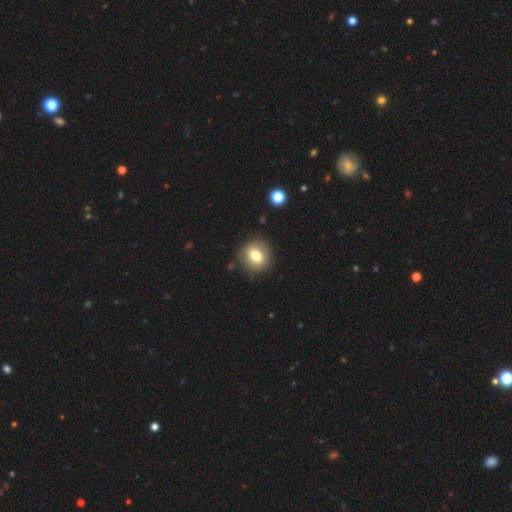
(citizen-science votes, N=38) Q: Smooth or featured?
A: smooth (82%); runner-up: featured or disk (13%)
Q: How rounded?
A: round (71%); runner-up: in between (29%)
Q: Merging?
A: none (86%); runner-up: minor disturbance (8%)